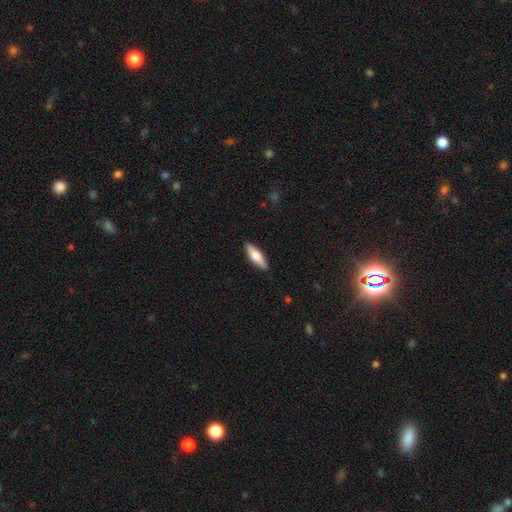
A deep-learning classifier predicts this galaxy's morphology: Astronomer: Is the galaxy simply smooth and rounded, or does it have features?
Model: smooth — 59% (runner-up: featured or disk, 36%).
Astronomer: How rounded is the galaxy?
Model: cigar-shaped — 60% (runner-up: in between, 38%).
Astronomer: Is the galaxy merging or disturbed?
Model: none — 90%.